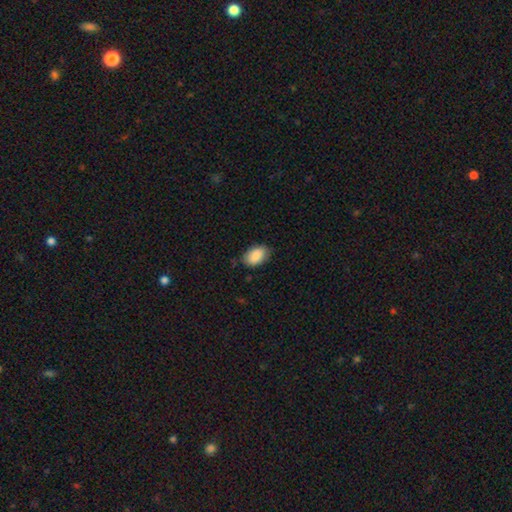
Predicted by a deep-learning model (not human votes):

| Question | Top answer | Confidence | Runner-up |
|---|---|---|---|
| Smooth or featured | smooth | 88% | star or artifact (6%) |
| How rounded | in between | 91% | round (8%) |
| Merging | none | 78% | minor disturbance (18%) |